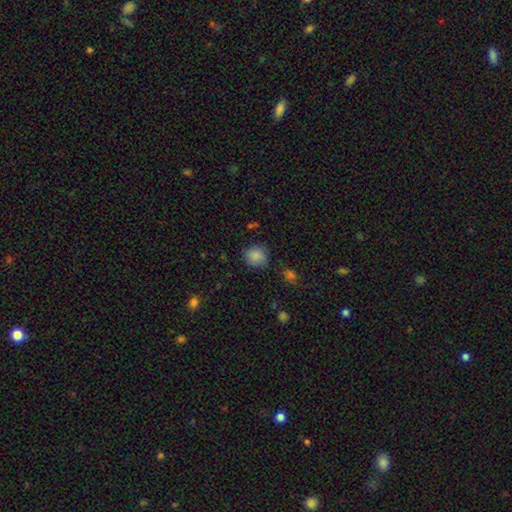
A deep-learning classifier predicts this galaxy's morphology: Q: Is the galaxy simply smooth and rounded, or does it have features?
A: smooth — 85%.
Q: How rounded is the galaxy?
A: round — 81%.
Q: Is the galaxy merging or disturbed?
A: none — 78%.